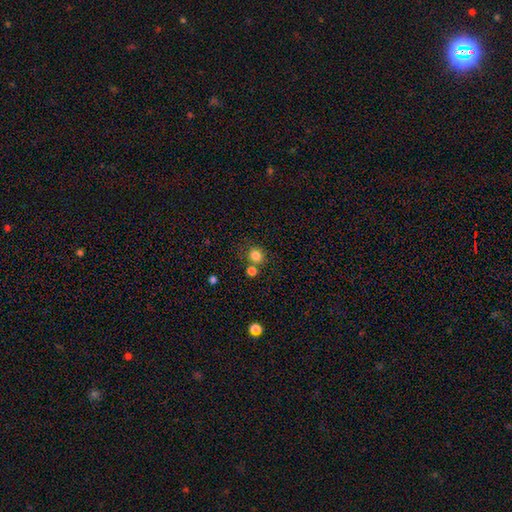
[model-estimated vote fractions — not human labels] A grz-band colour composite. It shows a smooth galaxy with no disk features (82%) that is round (76%). Merging: none (67%).